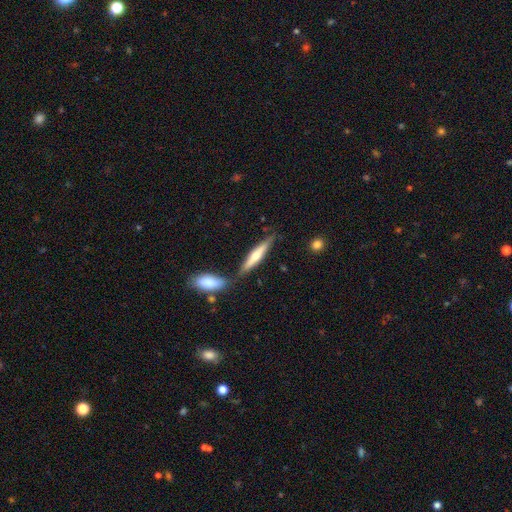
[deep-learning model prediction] Smooth or featured? Predicted: featured or disk (p=0.48). Merging? Predicted: none (p=0.68).